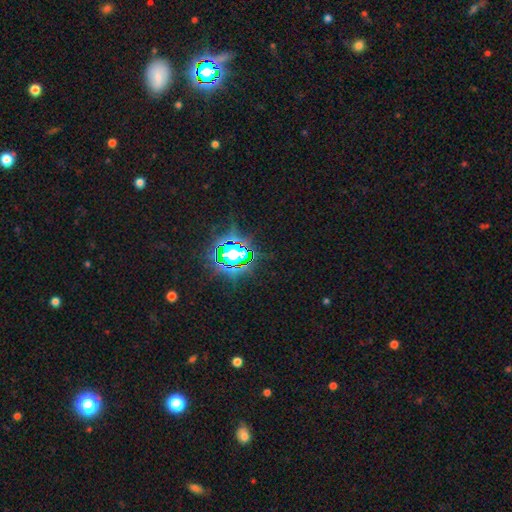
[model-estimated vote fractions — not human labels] The model was most divided on "smooth or featured": star or artifact: 83%, smooth: 10%, featured or disk: 7%.